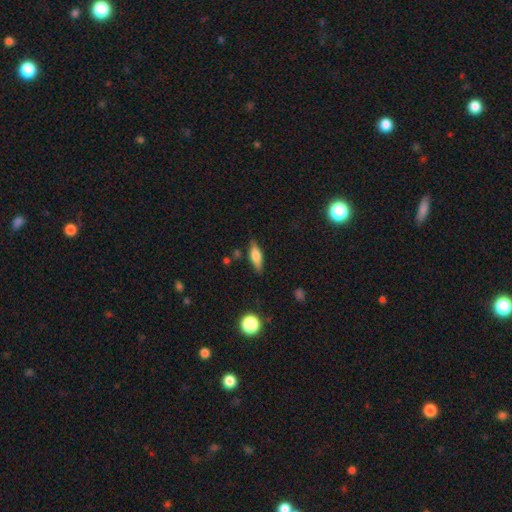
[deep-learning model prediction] The model was most divided on "how rounded": in between: 54%, cigar-shaped: 43%, round: 3%. More confident: merging — none (79%); smooth or featured — smooth (59%).